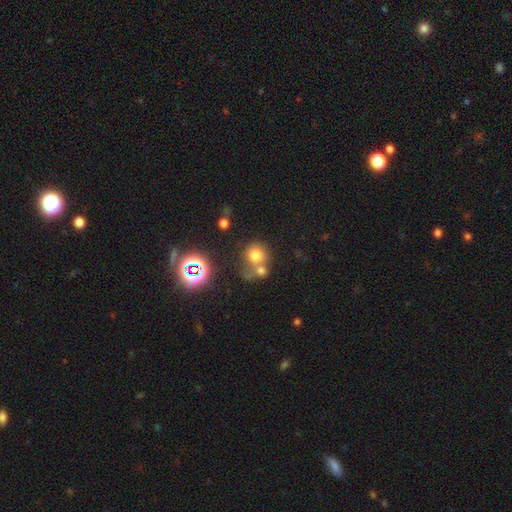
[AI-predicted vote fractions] Overall: smooth (71%). How rounded: round (84%). Merging: none (44%; merger 40%).